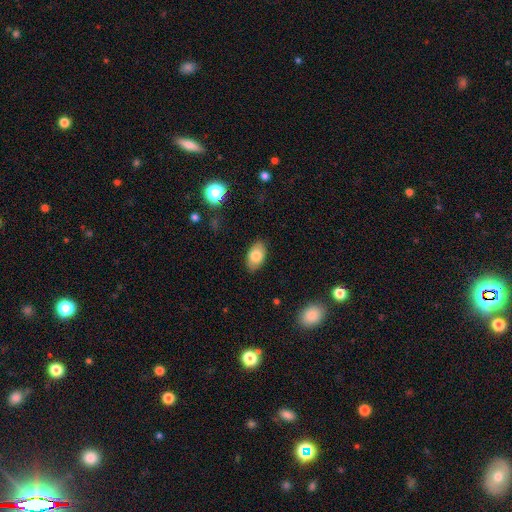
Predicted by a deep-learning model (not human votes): Smooth or featured? Predicted: smooth (p=0.81). How rounded? Predicted: in between (p=0.93). Merging? Predicted: none (p=0.85).